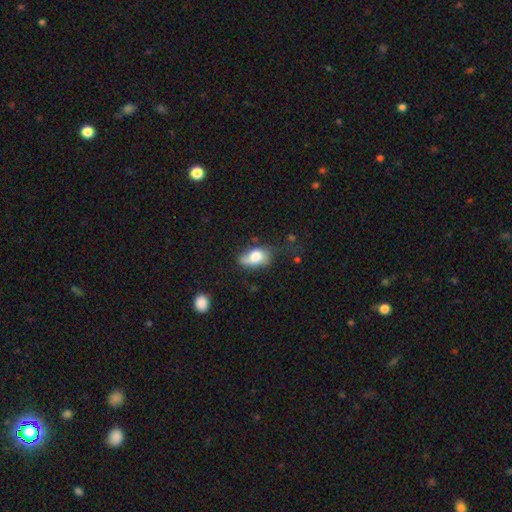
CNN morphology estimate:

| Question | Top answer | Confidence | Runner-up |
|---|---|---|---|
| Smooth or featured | smooth | 70% | featured or disk (21%) |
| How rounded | in between | 85% | round (12%) |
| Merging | none | 41% | minor disturbance (35%) |